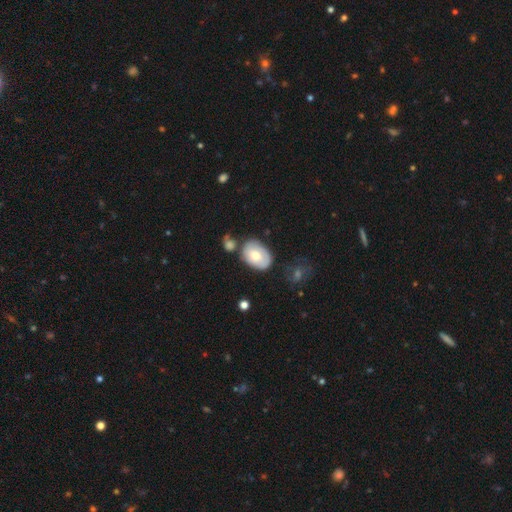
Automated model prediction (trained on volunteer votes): The model was most divided on "merging": none: 57%, minor disturbance: 23%, merger: 13%, major disturbance: 7%. More confident: how rounded — in between (80%); smooth or featured — smooth (64%).